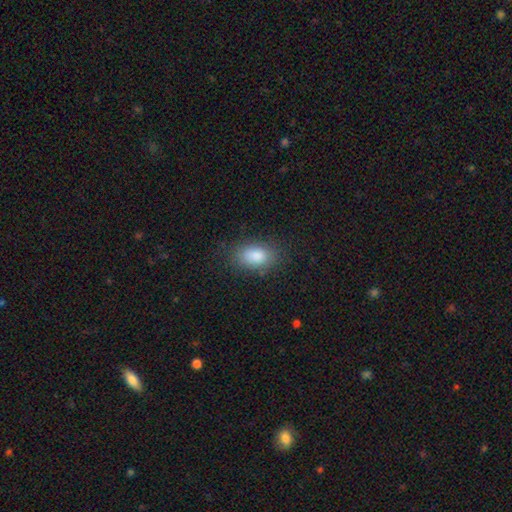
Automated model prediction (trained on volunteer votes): Smooth or featured?
  - smooth: 86% *
  - star or artifact: 8%
  - featured or disk: 6%
How rounded?
  - in between: 88% *
  - round: 9%
  - cigar-shaped: 2%
Merging?
  - none: 82% *
  - minor disturbance: 13%
  - major disturbance: 4%
  - merger: 1%